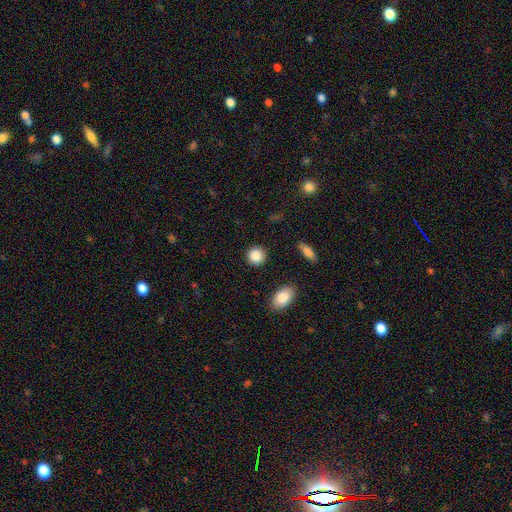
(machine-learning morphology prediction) Q: Smooth or featured?
A: smooth (88%); runner-up: star or artifact (8%)
Q: How rounded?
A: round (90%); runner-up: in between (9%)
Q: Merging?
A: none (90%); runner-up: minor disturbance (6%)